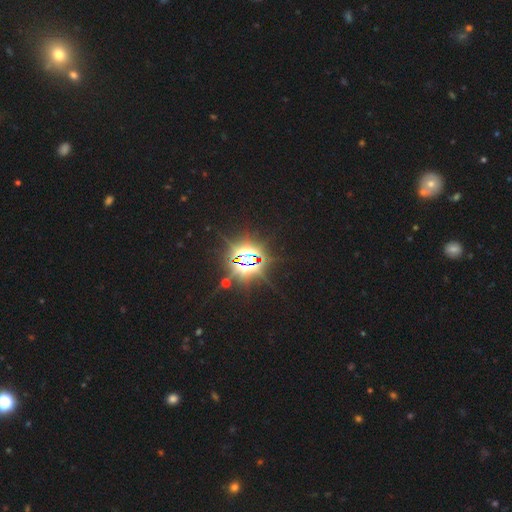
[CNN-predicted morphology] Smooth or featured: star or artifact — 86% (featured or disk — 7%)